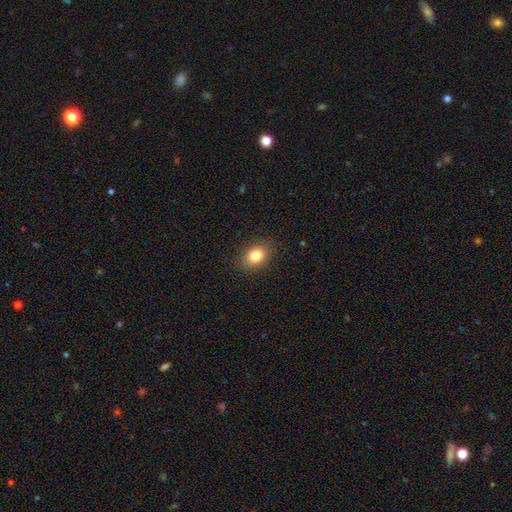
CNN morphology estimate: smooth-or-featured: smooth: 81% | star or artifact: 10% | featured or disk: 9%
  how-rounded: in between: 65% | round: 34% | cigar-shaped: 1%
  merging: none: 86% | minor disturbance: 10% | major disturbance: 3% | merger: 1%